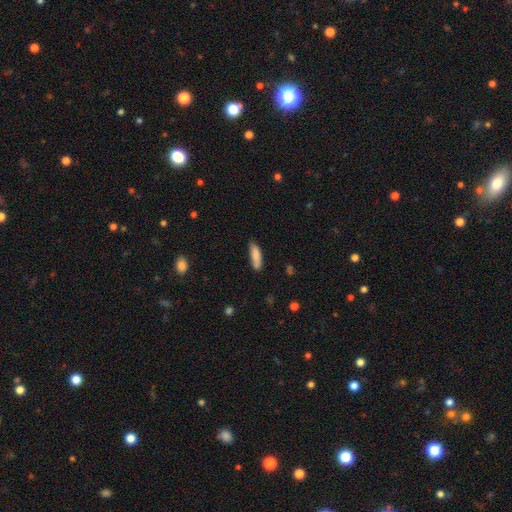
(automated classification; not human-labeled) The model was most divided on "how rounded": cigar-shaped: 63%, in between: 36%, round: 2%. More confident: smooth or featured — smooth (84%); merging — none (72%).